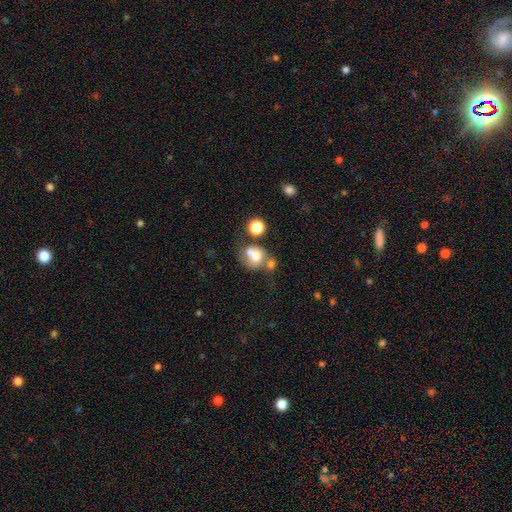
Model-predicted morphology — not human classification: smooth_or_featured: smooth (p=0.64) [alt: featured or disk p=0.24]
how_rounded: round (p=0.56) [alt: in between p=0.43]
merging: merger (p=0.47) [alt: none p=0.26]